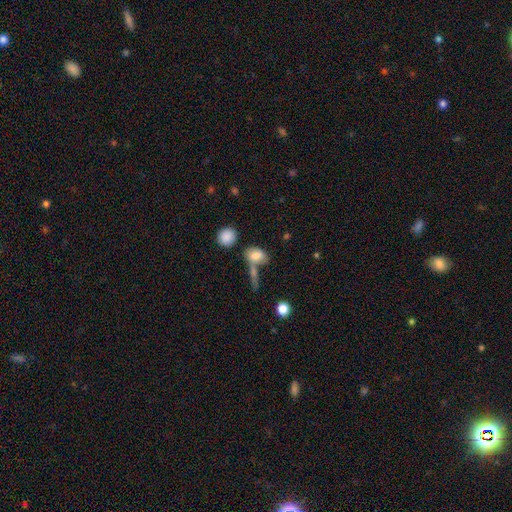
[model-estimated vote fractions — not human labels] This is likely a smooth galaxy (80%). How rounded: clearly in between (80%). Merging: marginally none (43%).